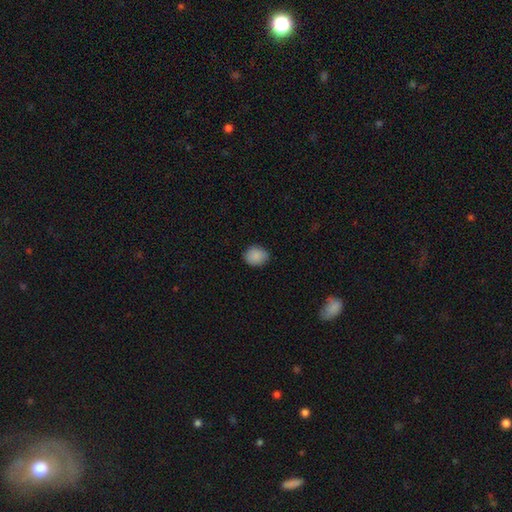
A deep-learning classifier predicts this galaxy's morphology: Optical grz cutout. It shows a smooth galaxy with no disk features (89%) that is round (52%). Merging: none (85%).